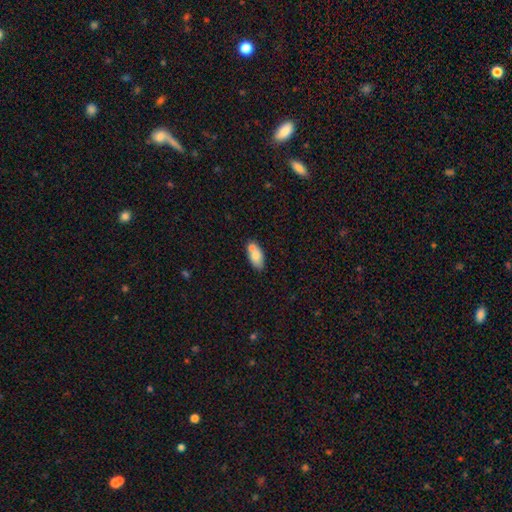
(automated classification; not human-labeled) smooth 75%, featured or disk 17%, star or artifact 8%. Down the decision tree: how rounded — in between (87%); merging — none (51%).